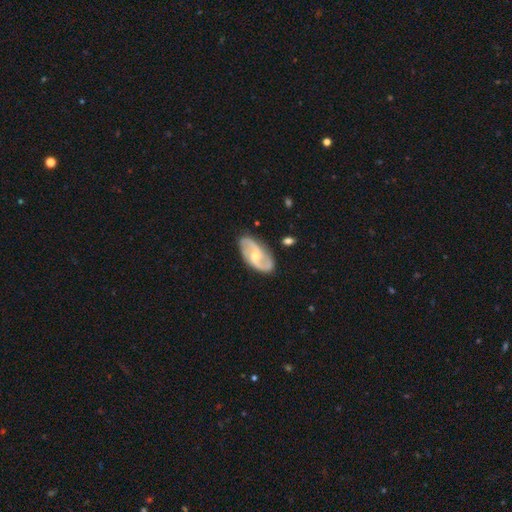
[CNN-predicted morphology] This appears to be a featured or disk galaxy (82%) with a weak bar (50%), 2 (88%) medium (44%) spiral arms (94%) and a moderate central bulge (58%). Merging: none (79%).